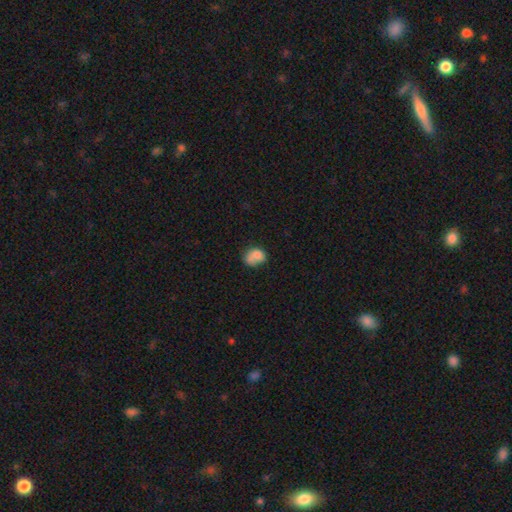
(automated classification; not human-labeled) A smooth galaxy with no disk features (75%) that is in between round and cigar-shaped (55%). Merging: none (42%).